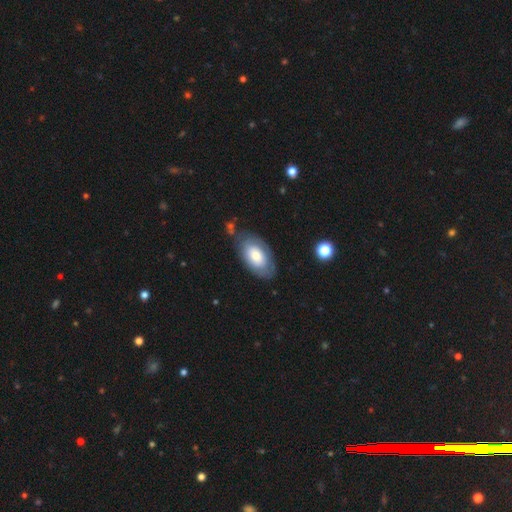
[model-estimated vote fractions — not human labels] Morphology: type=smooth (60%); roundness=in between (93%); merging=none (69%).